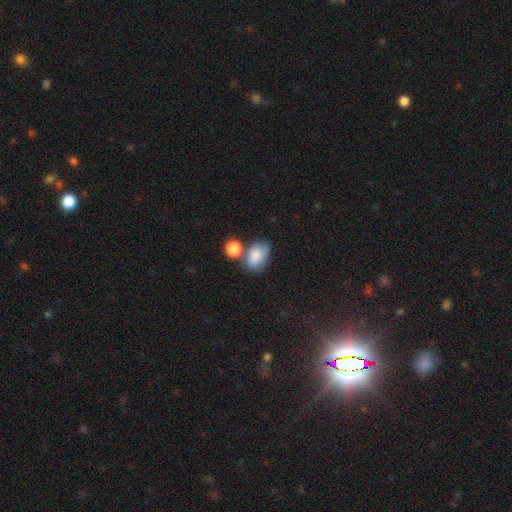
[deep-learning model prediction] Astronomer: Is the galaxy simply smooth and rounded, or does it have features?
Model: smooth — 77%.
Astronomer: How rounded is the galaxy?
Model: in between — 82%.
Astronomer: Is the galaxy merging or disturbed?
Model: none — 41% (runner-up: merger, 27%).